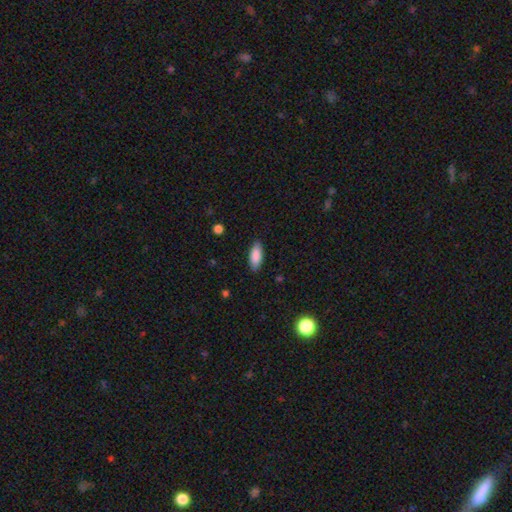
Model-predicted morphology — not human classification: smooth-or-featured: smooth: 87% | featured or disk: 6% | star or artifact: 6%
  how-rounded: in between: 79% | cigar-shaped: 19% | round: 2%
  merging: none: 86% | minor disturbance: 10% | major disturbance: 2% | merger: 1%